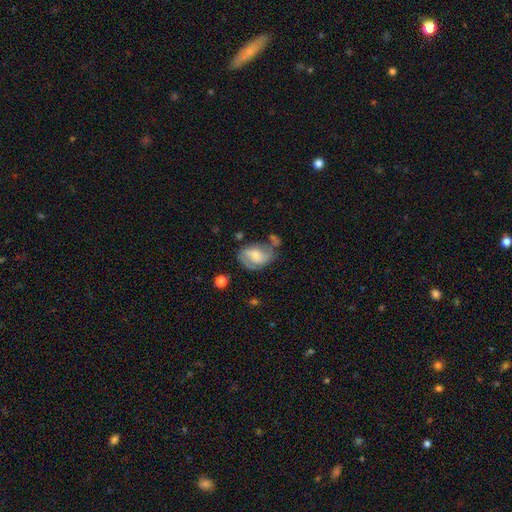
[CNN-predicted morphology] A featured or disk galaxy (57%) with no bar (44%), spiral arms (80%) and a small central bulge (47%). Merging: none (40%).